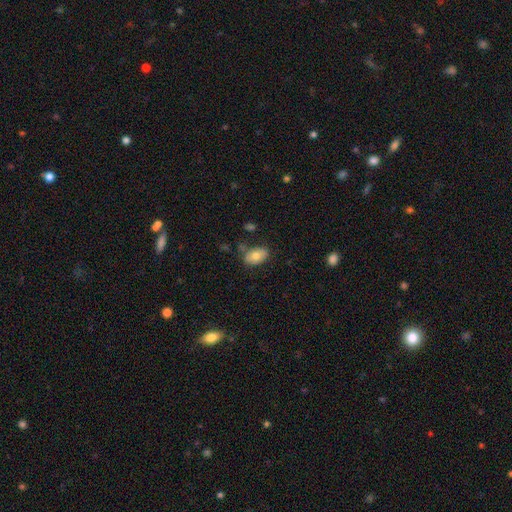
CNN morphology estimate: type=smooth (76%); roundness=in between (89%); merging=none (67%).